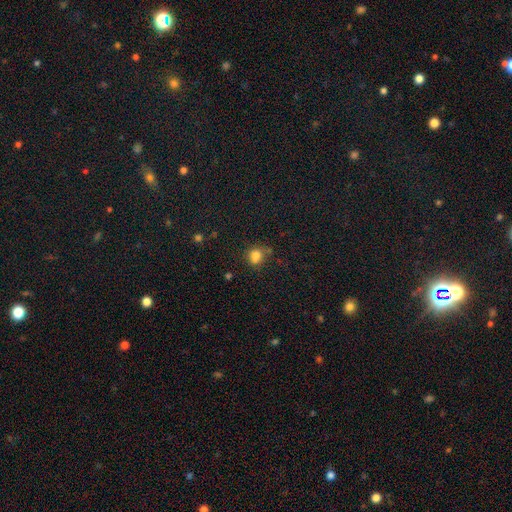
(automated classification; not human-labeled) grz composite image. It shows a smooth galaxy with no disk features (80%) that is round (65%). Merging: none (57%).